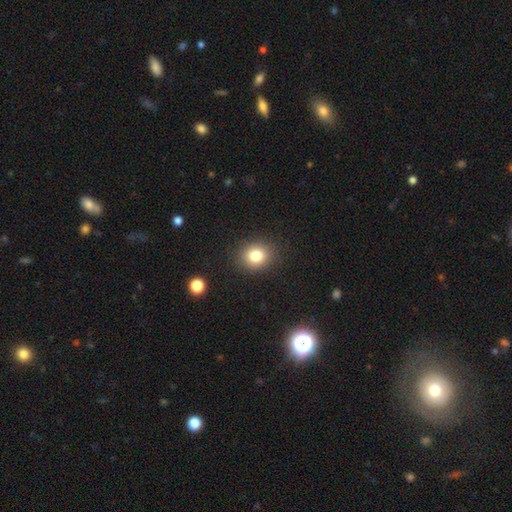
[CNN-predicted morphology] A smooth galaxy with no disk features (81%) that is round (72%). Merging: none (88%).